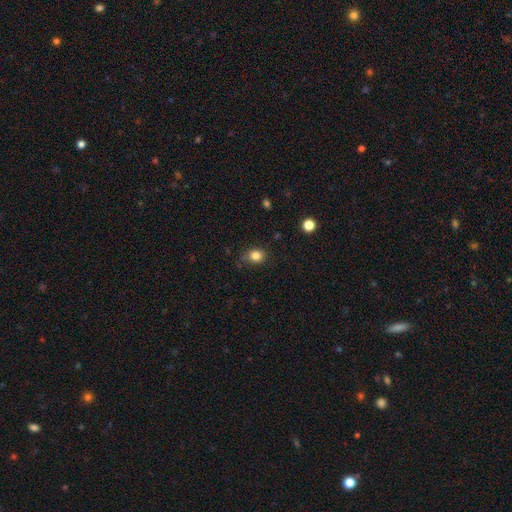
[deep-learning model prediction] Morphology: type=smooth (83%); roundness=round (69%); merging=none (76%).